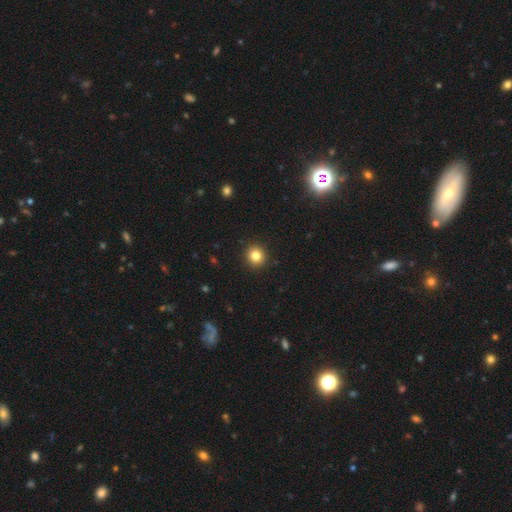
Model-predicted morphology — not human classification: smooth 83%, star or artifact 11%, featured or disk 6%. Down the decision tree: how rounded — round (91%); merging — none (93%).